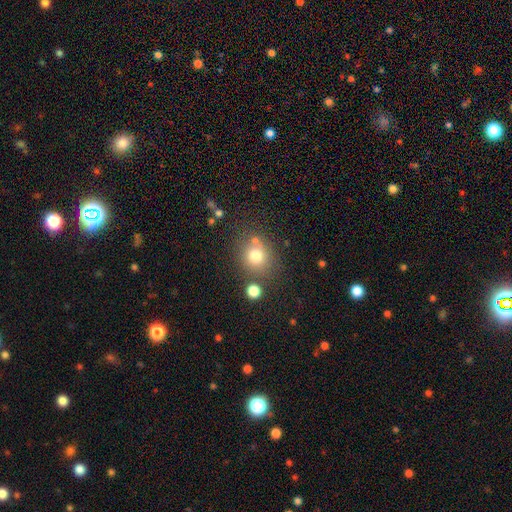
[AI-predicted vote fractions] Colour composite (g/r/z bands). It shows a smooth galaxy with no disk features (75%) that is round (79%). Merging: none (69%).